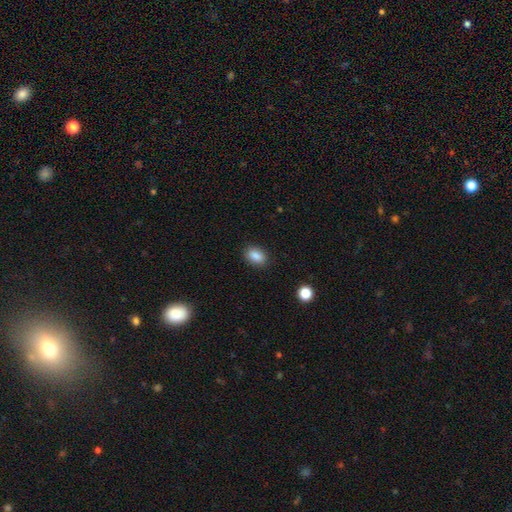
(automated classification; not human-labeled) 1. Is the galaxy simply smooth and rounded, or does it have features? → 87% smooth, 9% star or artifact, 5% featured or disk.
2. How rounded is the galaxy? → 82% in between, 16% round, 2% cigar-shaped.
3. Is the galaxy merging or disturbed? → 88% none, 8% minor disturbance, 2% major disturbance, 1% merger.